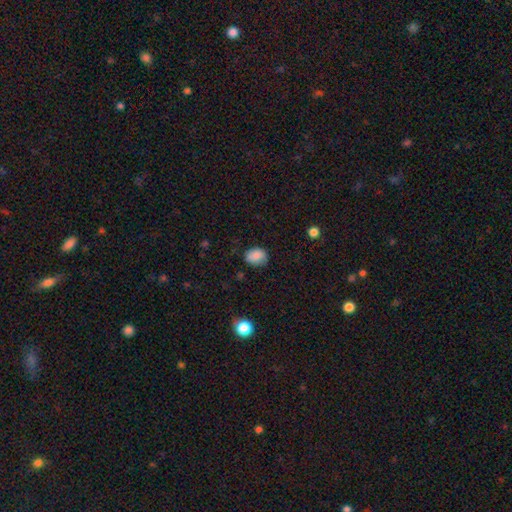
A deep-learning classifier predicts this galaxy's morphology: The model was most divided on "how rounded": in between: 57%, round: 42%, cigar-shaped: 1%. More confident: smooth or featured — smooth (86%); merging — none (72%).